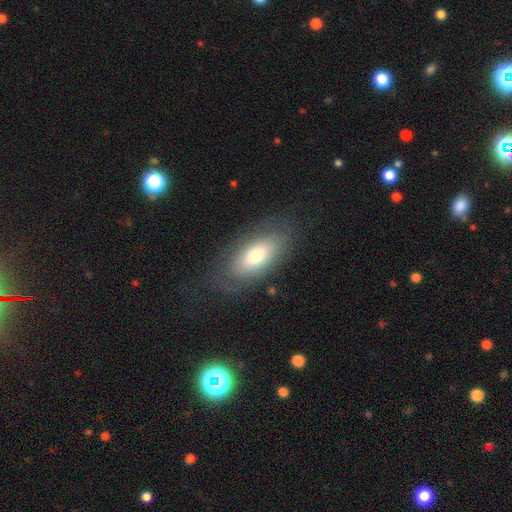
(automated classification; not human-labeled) A smooth galaxy with no disk features (66%) that is in between round and cigar-shaped (89%).

Vote fractions:
- Smooth or featured? smooth: 66% / featured or disk: 26% / star or artifact: 7%
- How rounded? in between: 89% / cigar-shaped: 7% / round: 3%
- Merging? none: 74% / minor disturbance: 16% / major disturbance: 9% / merger: 1%